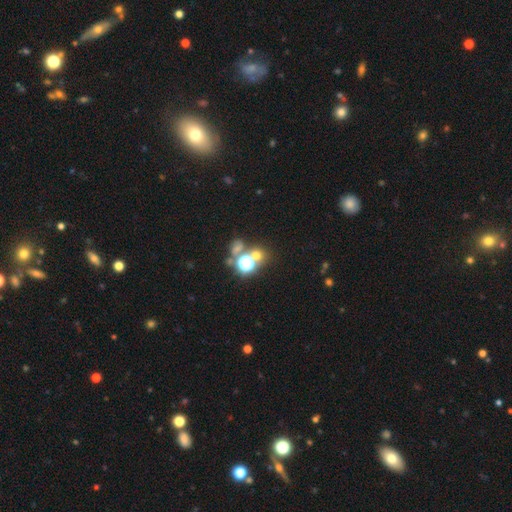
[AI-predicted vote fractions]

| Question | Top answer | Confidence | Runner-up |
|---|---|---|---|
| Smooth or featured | smooth | 48% | star or artifact (41%) |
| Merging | none | 57% | merger (29%) |